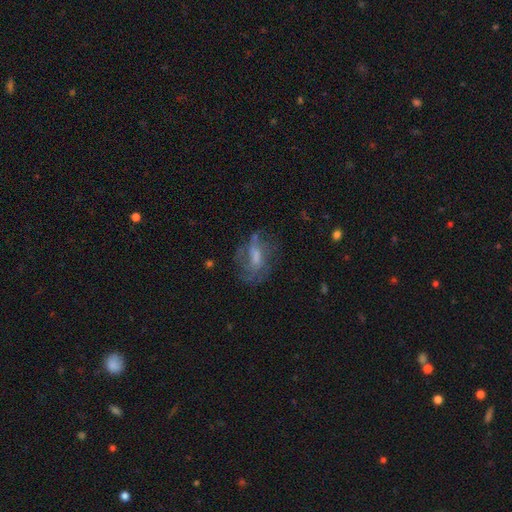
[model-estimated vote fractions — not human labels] This is possibly a featured or disk galaxy (58%). It is clearly not viewed edge-on (94%). Bar: marginally weak (45%). Spiral arm pattern: likely yes (64%). Central bulge: marginally moderate (42%). Merging: possibly none (55%).